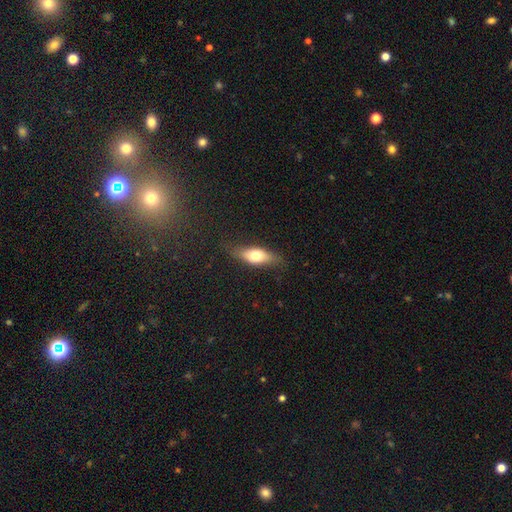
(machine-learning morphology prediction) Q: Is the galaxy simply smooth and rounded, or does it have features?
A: smooth — 64%.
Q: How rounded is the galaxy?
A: in between — 68%.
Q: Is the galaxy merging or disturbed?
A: none — 77%.